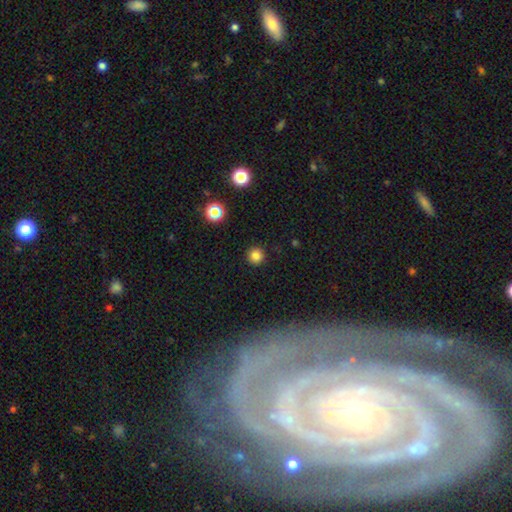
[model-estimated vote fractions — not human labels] A smooth galaxy with no disk features (82%) that is round (95%). Merging: none (92%).